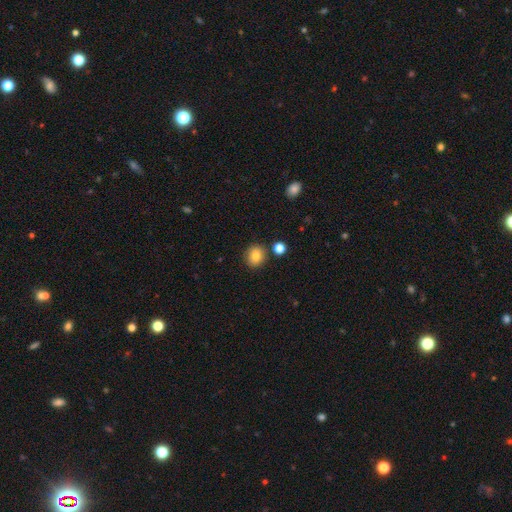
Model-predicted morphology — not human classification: smooth-or-featured: smooth: 82% | star or artifact: 10% | featured or disk: 8%
  how-rounded: round: 79% | in between: 20% | cigar-shaped: 1%
  merging: none: 84% | minor disturbance: 8% | merger: 5% | major disturbance: 2%